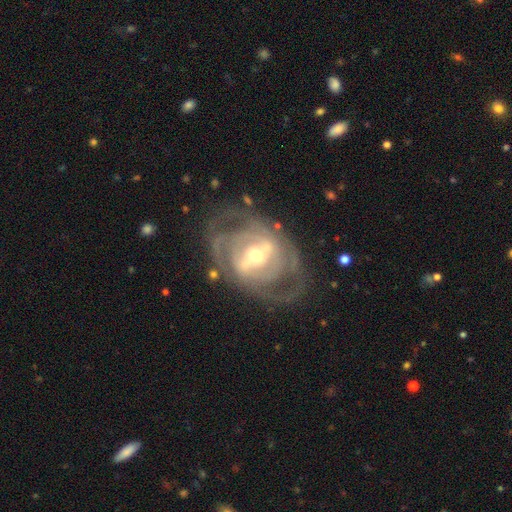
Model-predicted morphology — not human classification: A featured or disk galaxy (86%) with a strong bar (53%), 2 (41%) tight (50%) spiral arms (84%) and a moderate central bulge (54%).

Vote fractions:
- Smooth or featured? featured or disk: 86% / smooth: 9% / star or artifact: 5%
- Edge-on disk? no: 95% / yes: 5%
- Bar? strong: 53% / weak: 33% / no: 14%
- Spiral arms? yes: 84% / no: 16%
- Spiral winding? tight: 50% / medium: 38% / loose: 12%
- Spiral arm count? 2: 41% / can't tell: 30% / 3: 16% / 4: 7% / 1: 4% / more than 4: 4%
- Bulge size? moderate: 54% / small: 38% / large: 6% / none: 1% / dominant: 1%
- Merging? none: 69% / minor disturbance: 16% / major disturbance: 13% / merger: 2%